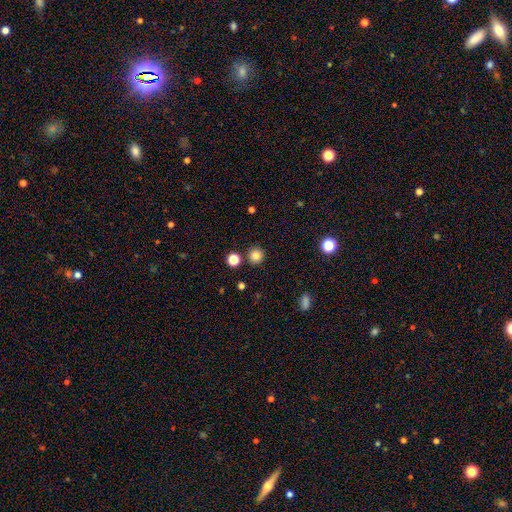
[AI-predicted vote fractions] Q: Smooth or featured?
A: smooth (83%); runner-up: star or artifact (12%)
Q: How rounded?
A: round (94%); runner-up: in between (5%)
Q: Merging?
A: none (88%); runner-up: minor disturbance (6%)